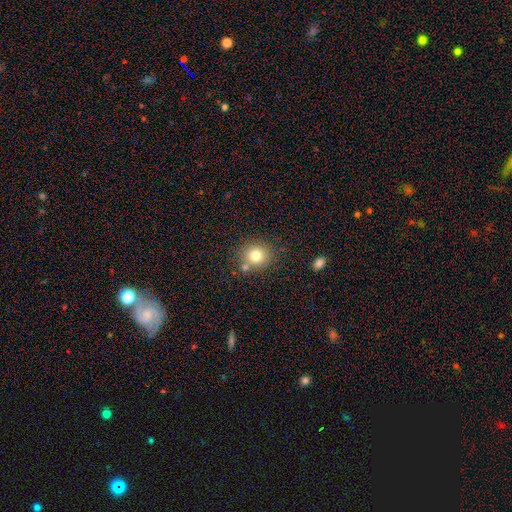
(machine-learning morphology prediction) Smooth or featured? Predicted: smooth (p=0.78). How rounded? Predicted: round (p=0.83). Merging? Predicted: none (p=0.72).